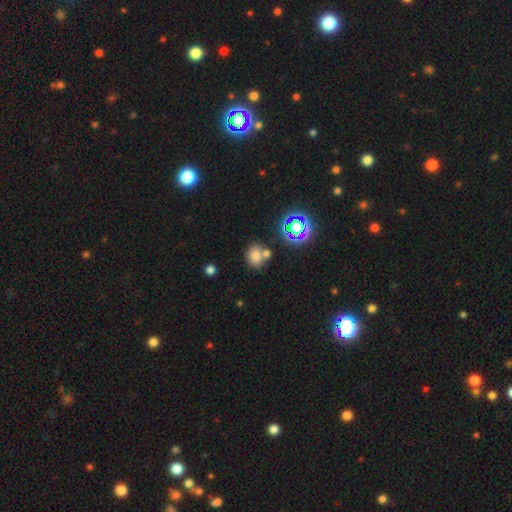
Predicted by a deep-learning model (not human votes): Smooth or featured?
  - smooth: 72% *
  - star or artifact: 19%
  - featured or disk: 9%
How rounded?
  - round: 60% *
  - in between: 39%
  - cigar-shaped: 1%
Merging?
  - none: 59% *
  - merger: 26%
  - minor disturbance: 12%
  - major disturbance: 4%